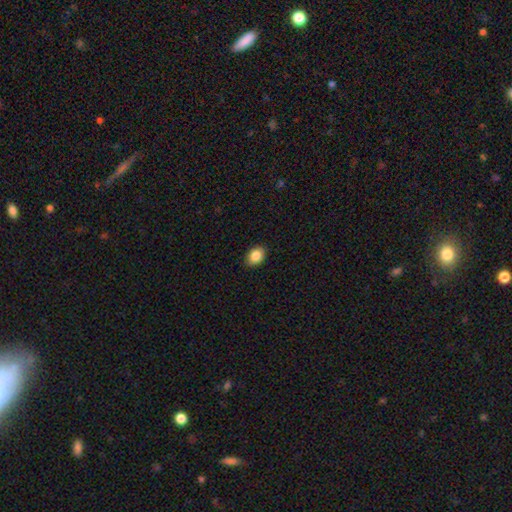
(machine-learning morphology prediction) This is clearly a smooth galaxy (87%). How rounded: likely in between (75%). Merging: clearly none (89%).